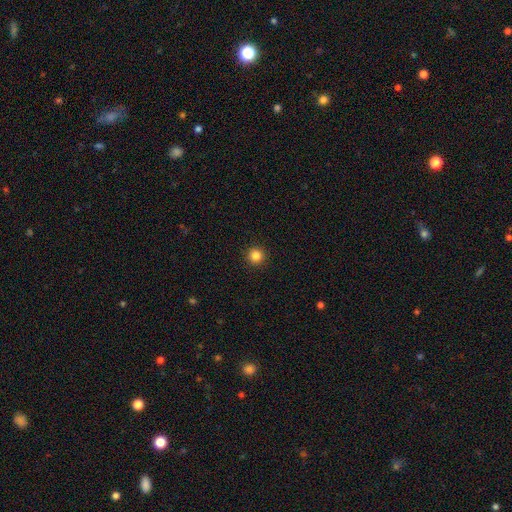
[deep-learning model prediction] The model was most divided on "smooth or featured": smooth: 84%, star or artifact: 12%, featured or disk: 4%. More confident: how rounded — round (96%); merging — none (93%).